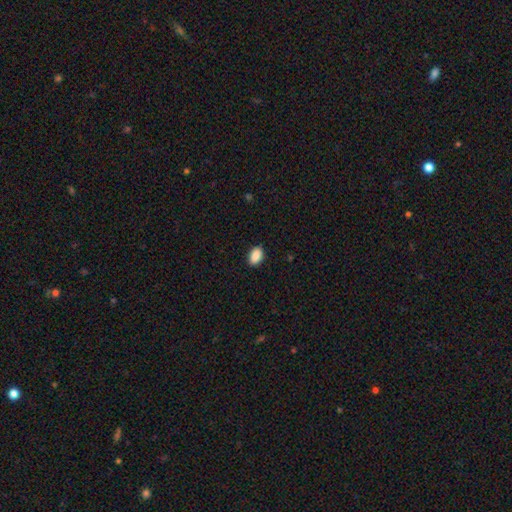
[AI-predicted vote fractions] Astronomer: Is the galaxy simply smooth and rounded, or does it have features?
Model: smooth — 89%.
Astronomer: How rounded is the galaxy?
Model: in between — 89%.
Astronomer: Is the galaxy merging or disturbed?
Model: none — 89%.